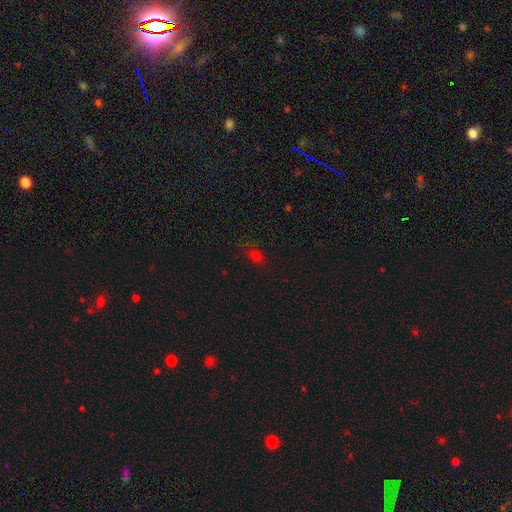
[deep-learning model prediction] The model was most divided on "smooth or featured": smooth: 71%, star or artifact: 23%, featured or disk: 6%. More confident: how rounded — in between (75%); merging — none (72%).